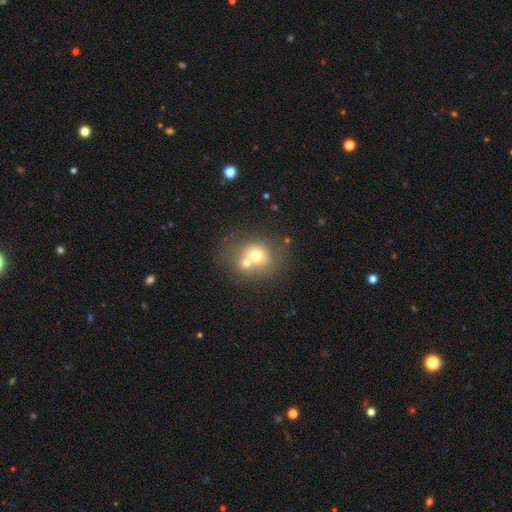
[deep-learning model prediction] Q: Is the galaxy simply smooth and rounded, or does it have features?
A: smooth — 65%.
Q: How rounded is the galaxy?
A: round — 74%.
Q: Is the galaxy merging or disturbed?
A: merger — 48%.